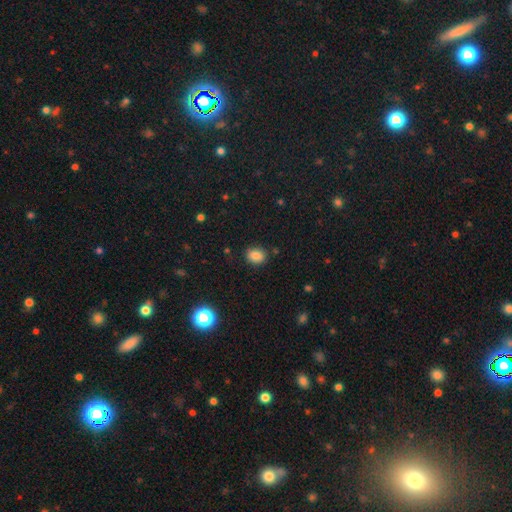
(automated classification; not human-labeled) Smooth or featured? Predicted: smooth (p=0.85). How rounded? Predicted: in between (p=0.54). Merging? Predicted: none (p=0.85).